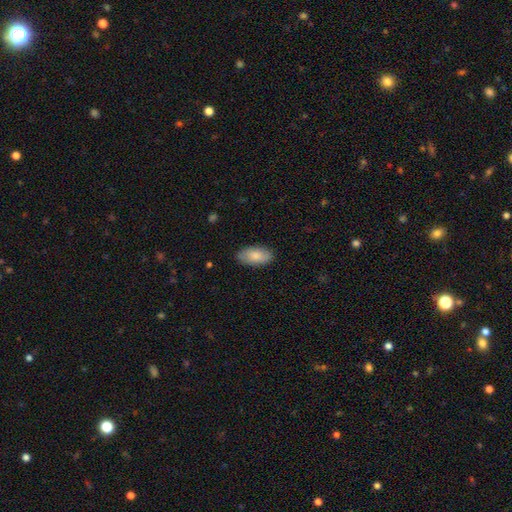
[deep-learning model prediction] A smooth galaxy with no disk features (84%) that is in between round and cigar-shaped (94%). Merging: none (86%).